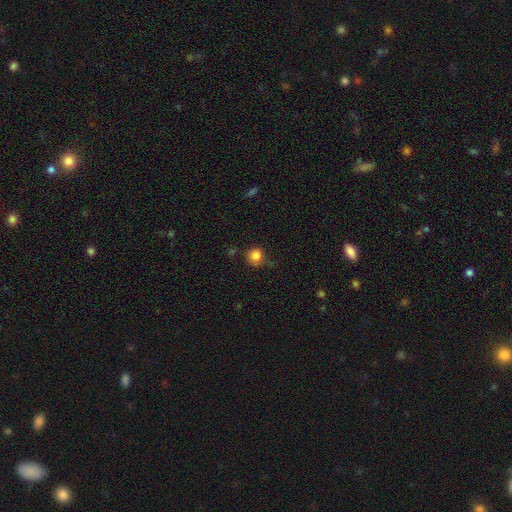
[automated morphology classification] A smooth galaxy with no disk features (83%) that is round (89%). Merging: none (71%).